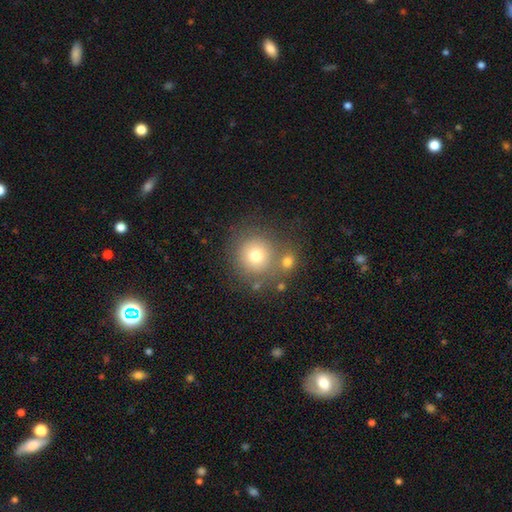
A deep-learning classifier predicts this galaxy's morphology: This appears to be a smooth galaxy with no disk features (73%) that is round (92%). Merging: none (64%).